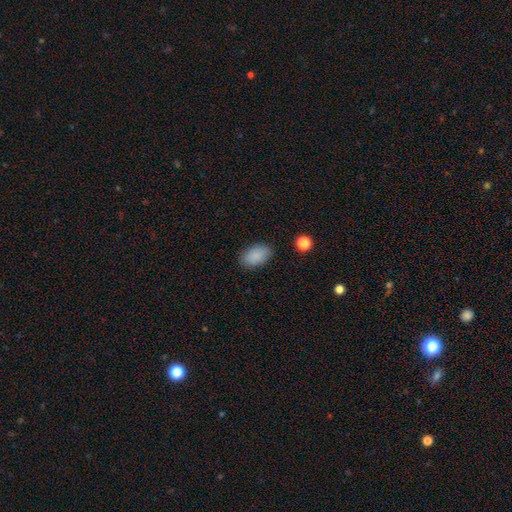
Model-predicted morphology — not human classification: The model was most divided on "merging": none: 86%, minor disturbance: 10%, major disturbance: 3%, merger: 1%. More confident: how rounded — in between (91%); smooth or featured — smooth (87%).